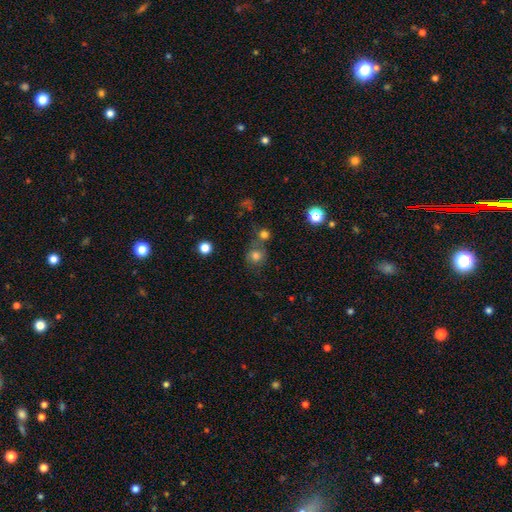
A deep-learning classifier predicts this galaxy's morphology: A smooth galaxy with no disk features (74%) that is round (84%). Merging: none (59%).